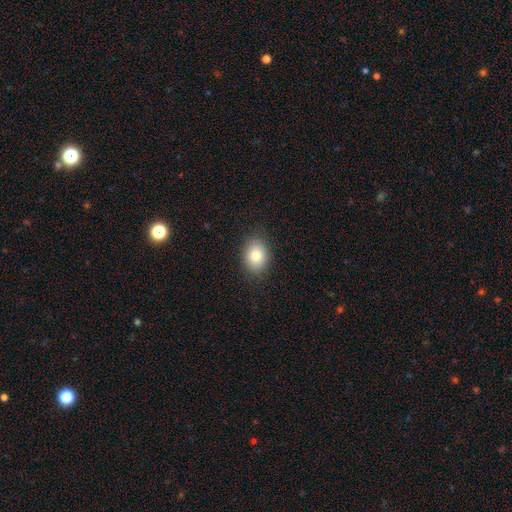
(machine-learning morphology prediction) Smooth or featured: smooth — 81% (featured or disk — 10%)
How rounded: in between — 70% (round — 29%)
Merging: none — 86% (minor disturbance — 11%)